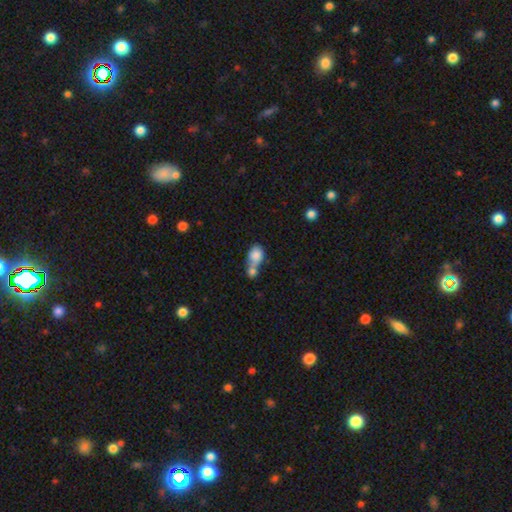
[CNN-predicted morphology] A smooth galaxy with no disk features (80%) that is in between round and cigar-shaped (64%).

Vote fractions:
- Smooth or featured? smooth: 80% / featured or disk: 12% / star or artifact: 8%
- How rounded? in between: 64% / round: 34% / cigar-shaped: 3%
- Merging? merger: 67% / none: 20% / minor disturbance: 9% / major disturbance: 5%